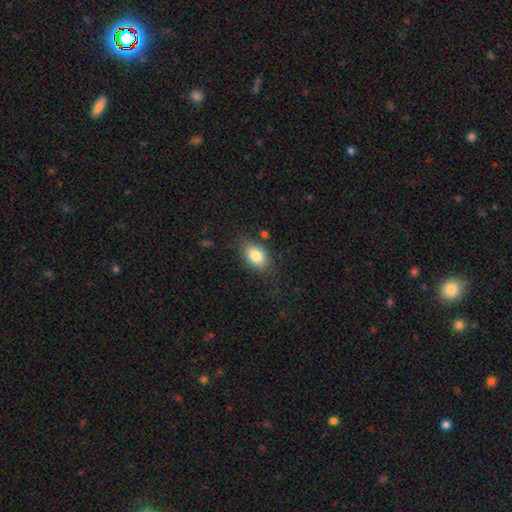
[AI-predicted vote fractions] Overall: smooth (82%). How rounded: in between (86%). Merging: none (76%).